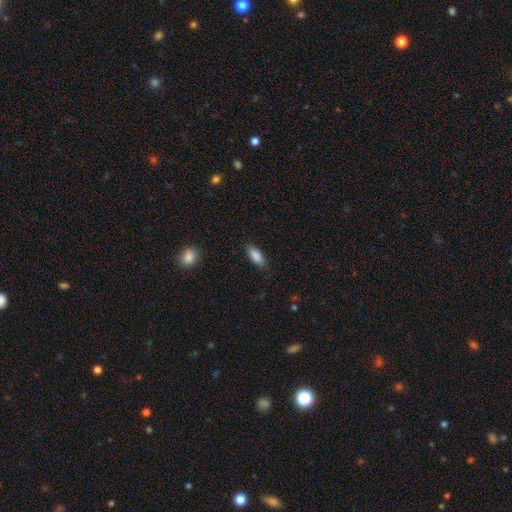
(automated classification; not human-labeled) Q: Smooth or featured?
A: smooth (86%); runner-up: star or artifact (7%)
Q: How rounded?
A: in between (81%); runner-up: cigar-shaped (17%)
Q: Merging?
A: none (86%); runner-up: minor disturbance (10%)